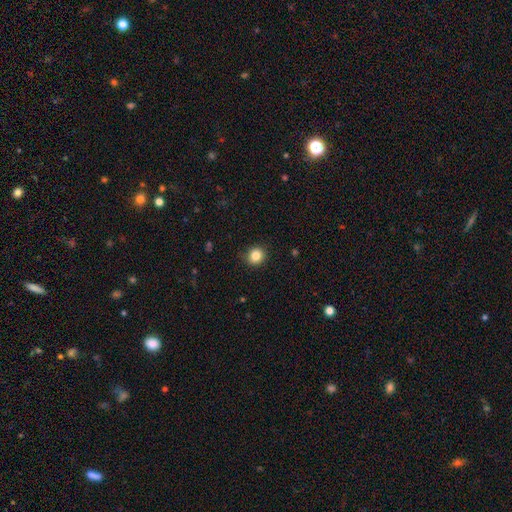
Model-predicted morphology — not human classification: Smooth or featured? Predicted: smooth (p=0.84). How rounded? Predicted: round (p=0.89). Merging? Predicted: none (p=0.90).